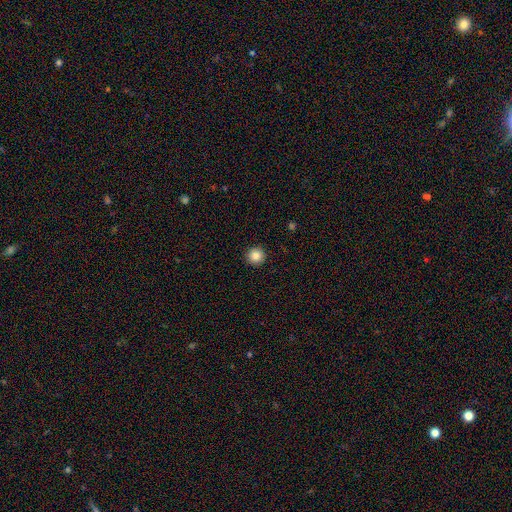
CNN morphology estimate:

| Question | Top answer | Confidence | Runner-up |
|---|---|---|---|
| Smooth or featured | smooth | 86% | star or artifact (10%) |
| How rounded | round | 96% | in between (3%) |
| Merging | none | 93% | minor disturbance (4%) |